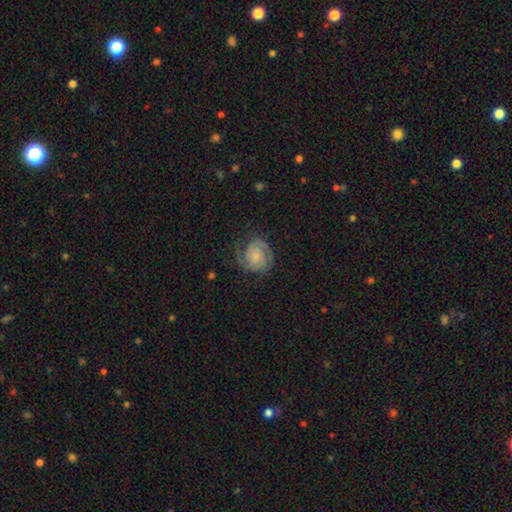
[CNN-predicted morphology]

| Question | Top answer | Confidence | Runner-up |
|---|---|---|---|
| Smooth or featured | featured or disk | 83% | smooth (11%) |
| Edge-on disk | no | 98% | yes (2%) |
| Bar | no | 71% | weak (24%) |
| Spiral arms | yes | 97% | no (3%) |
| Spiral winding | tight | 61% | medium (32%) |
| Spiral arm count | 2 | 78% | can't tell (7%) |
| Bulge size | small | 58% | moderate (23%) |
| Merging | none | 72% | minor disturbance (17%) |